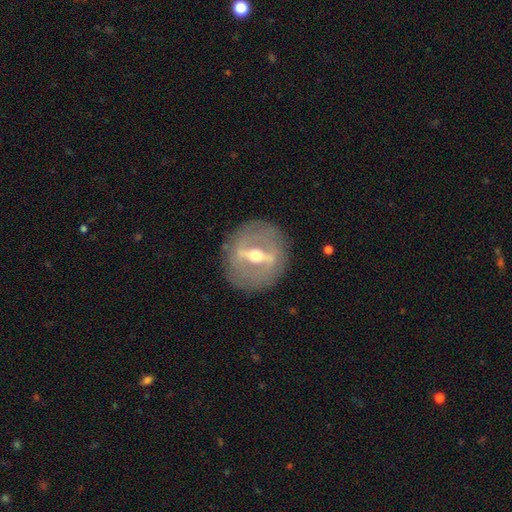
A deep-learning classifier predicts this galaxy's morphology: This appears to be a featured or disk galaxy (83%) with a strong bar (80%), no spiral arms (74%) and a moderate central bulge (73%). Merging: none (86%).